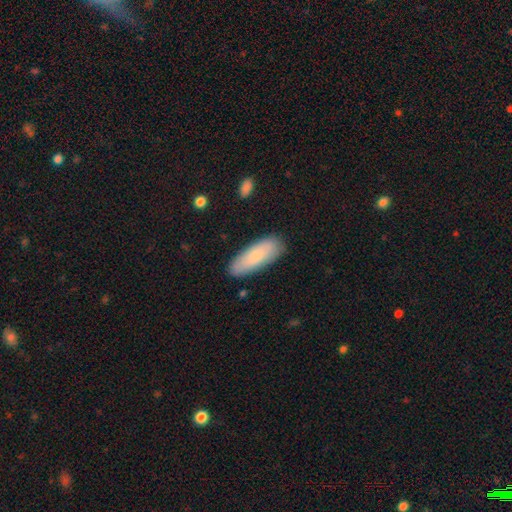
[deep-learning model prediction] This is clearly a smooth galaxy (81%). How rounded: likely in between (68%). Merging: clearly none (85%).